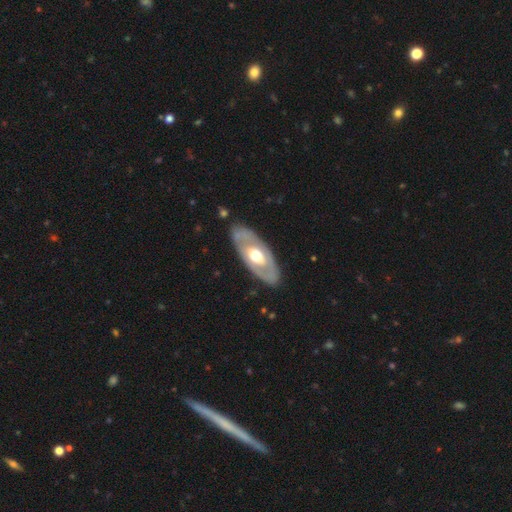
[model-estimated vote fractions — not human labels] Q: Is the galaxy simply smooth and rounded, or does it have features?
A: featured or disk — 62%.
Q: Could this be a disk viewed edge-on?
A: no — 83%.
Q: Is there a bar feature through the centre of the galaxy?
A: no — 80%.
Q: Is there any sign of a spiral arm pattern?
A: no — 82%.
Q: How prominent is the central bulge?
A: moderate — 66%.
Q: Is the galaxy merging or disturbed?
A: none — 83%.